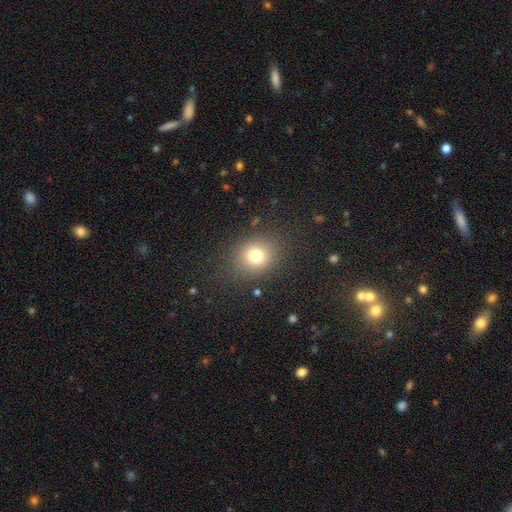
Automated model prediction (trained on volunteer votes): Smooth or featured: smooth — 77% (star or artifact — 14%)
How rounded: round — 69% (in between — 31%)
Merging: none — 82% (minor disturbance — 10%)